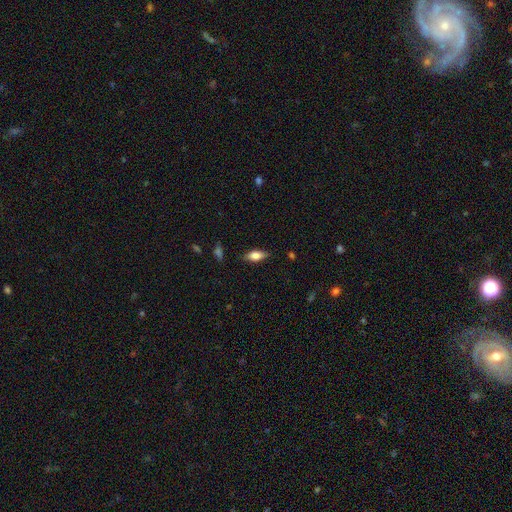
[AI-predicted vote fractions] Smooth or featured?
  - smooth: 70% *
  - featured or disk: 23%
  - star or artifact: 7%
How rounded?
  - in between: 81% *
  - cigar-shaped: 16%
  - round: 3%
Merging?
  - none: 81% *
  - minor disturbance: 15%
  - major disturbance: 3%
  - merger: 1%